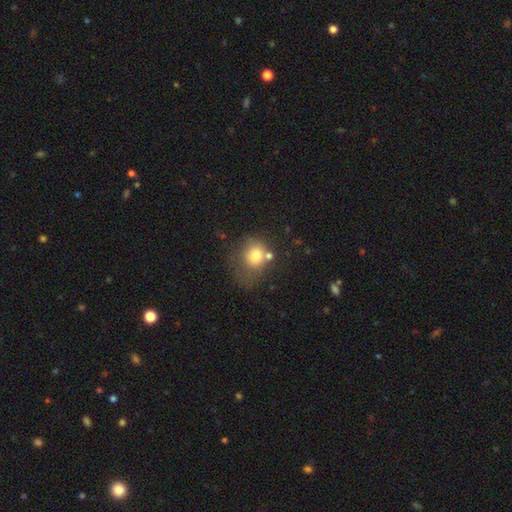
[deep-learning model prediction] smooth 74%, featured or disk 15%, star or artifact 11%. Down the decision tree: how rounded — round (68%); merging — none (37%).